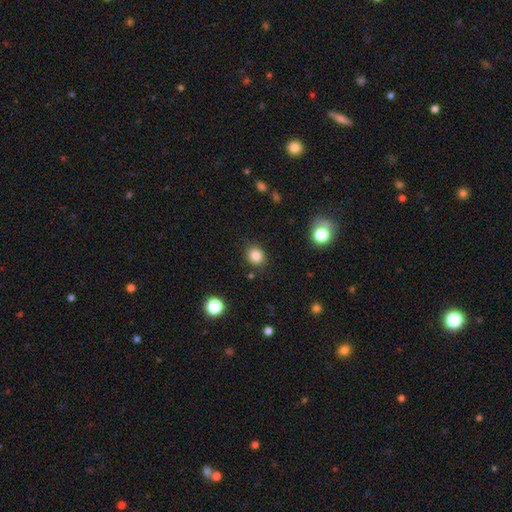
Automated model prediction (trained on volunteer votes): Smooth or featured? Predicted: smooth (p=0.84). How rounded? Predicted: round (p=0.68). Merging? Predicted: none (p=0.87).